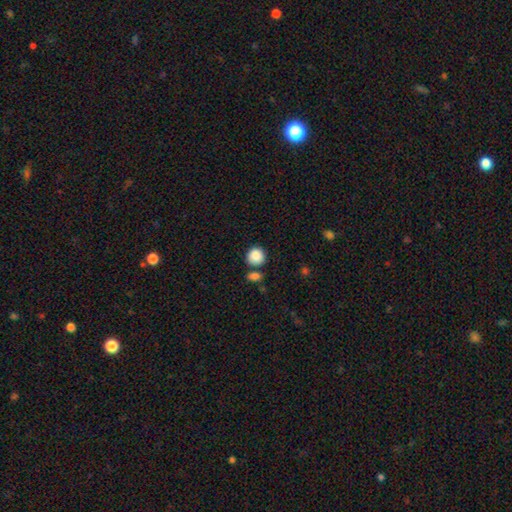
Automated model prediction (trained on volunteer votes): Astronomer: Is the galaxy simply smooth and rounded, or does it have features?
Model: smooth — 88%.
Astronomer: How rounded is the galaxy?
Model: round — 85%.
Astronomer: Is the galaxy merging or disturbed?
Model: none — 67%.